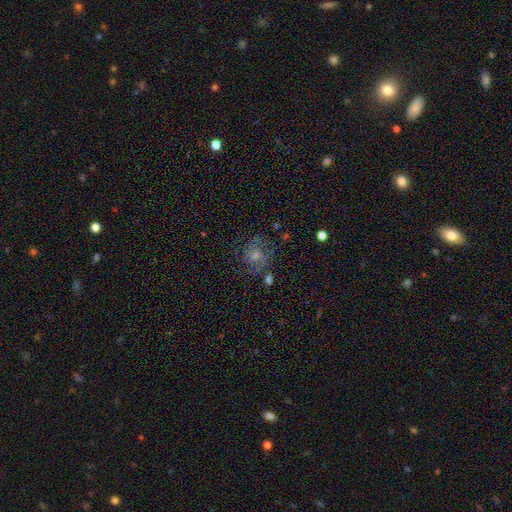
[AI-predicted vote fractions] Morphology: type=featured or disk (45%); merging=none (58%).